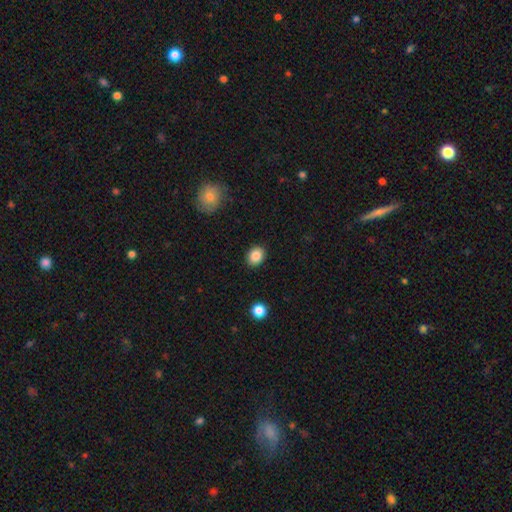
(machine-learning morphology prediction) Overall: smooth (87%). How rounded: in between (52%; round 47%). Merging: none (89%).